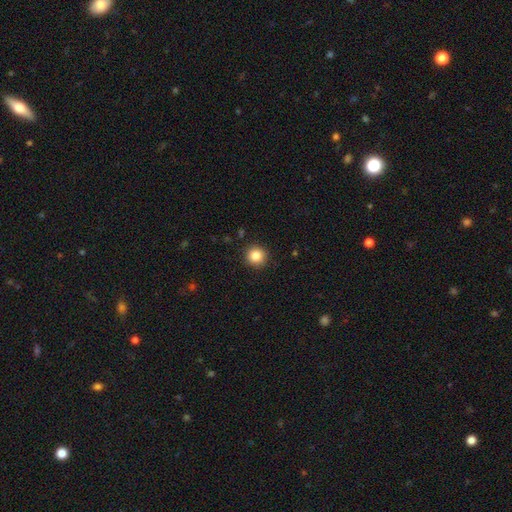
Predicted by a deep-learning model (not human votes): Smooth or featured? Predicted: smooth (p=0.86). How rounded? Predicted: round (p=0.94). Merging? Predicted: none (p=0.91).